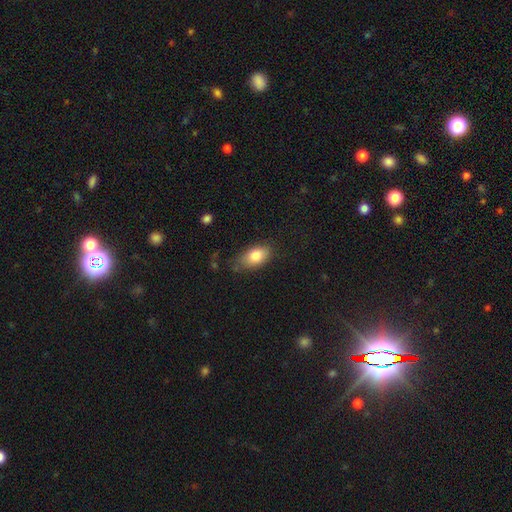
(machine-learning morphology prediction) This appears to be a smooth galaxy with no disk features (82%) that is in between round and cigar-shaped (90%). Merging: none (68%).